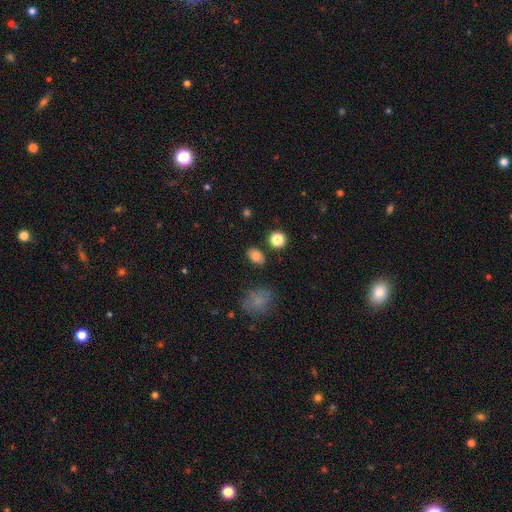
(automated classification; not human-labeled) This is clearly a smooth galaxy (81%). How rounded: likely in between (75%). Merging: clearly none (81%).